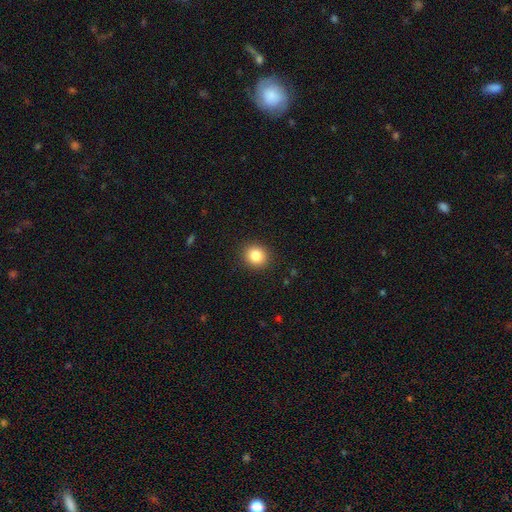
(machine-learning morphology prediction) A smooth galaxy with no disk features (85%) that is round (80%). Merging: none (91%).